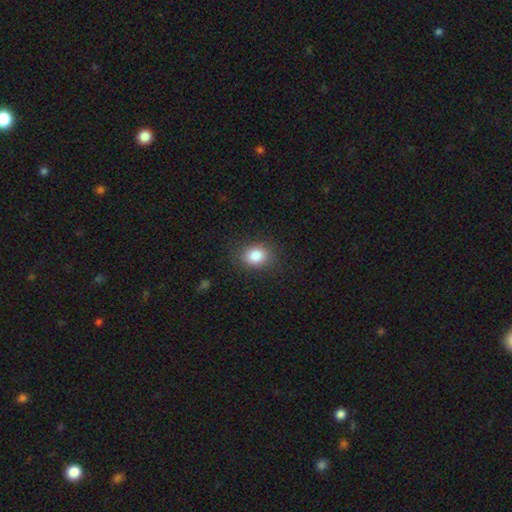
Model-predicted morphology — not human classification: A smooth galaxy with no disk features (85%) that is round (52%). Merging: none (85%).